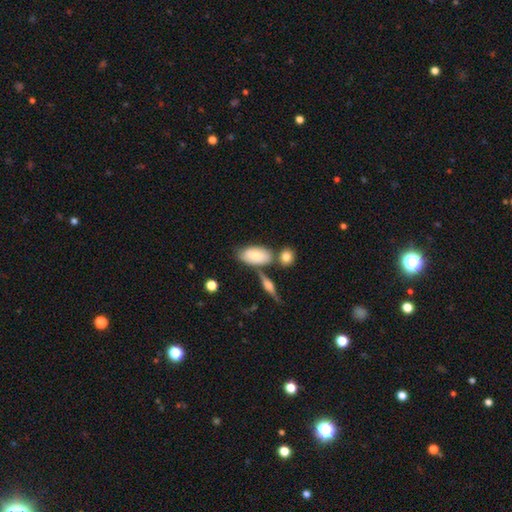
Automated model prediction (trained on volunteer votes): Smooth or featured? Predicted: smooth (p=0.68). How rounded? Predicted: in between (p=0.91). Merging? Predicted: none (p=0.56).